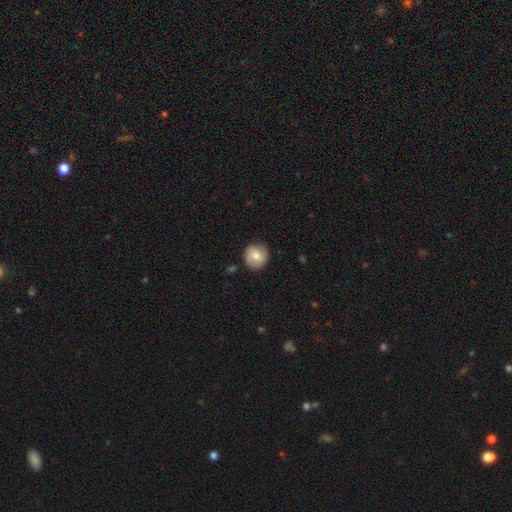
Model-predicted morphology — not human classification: This is likely a smooth galaxy (65%). How rounded: clearly round (90%). Merging: clearly none (83%).